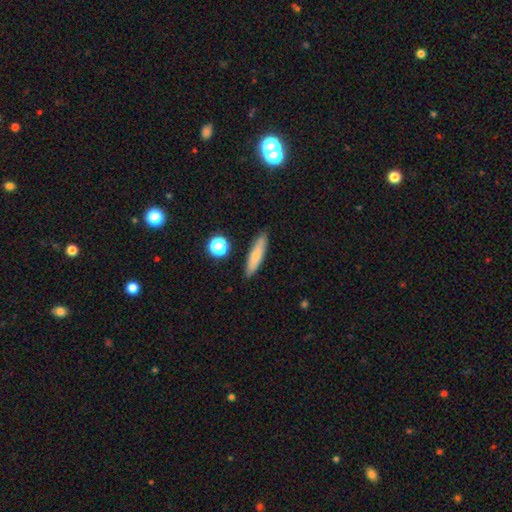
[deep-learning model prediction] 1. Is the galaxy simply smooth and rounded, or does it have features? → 76% smooth, 16% featured or disk, 8% star or artifact.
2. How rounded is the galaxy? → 76% cigar-shaped, 21% in between, 3% round.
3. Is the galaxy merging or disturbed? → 87% none, 9% minor disturbance, 2% merger, 2% major disturbance.